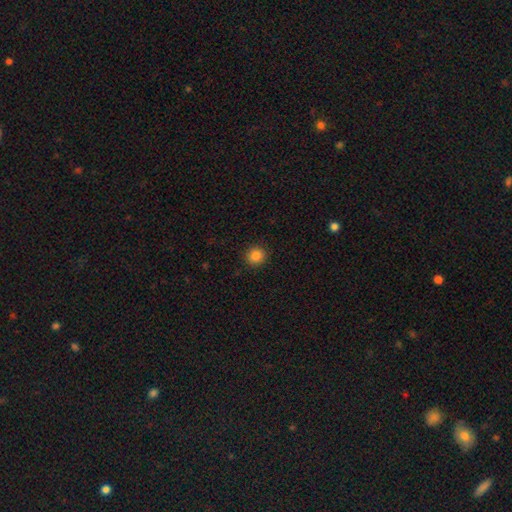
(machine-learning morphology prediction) The model was most divided on "smooth or featured": smooth: 85%, star or artifact: 11%, featured or disk: 4%. More confident: merging — none (91%); how rounded — round (91%).